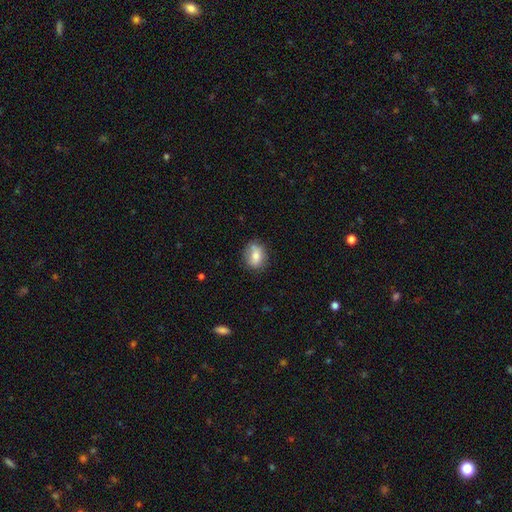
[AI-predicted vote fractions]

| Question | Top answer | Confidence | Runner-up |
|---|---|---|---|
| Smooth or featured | smooth | 75% | featured or disk (16%) |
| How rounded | in between | 53% | round (45%) |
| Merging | none | 68% | minor disturbance (21%) |